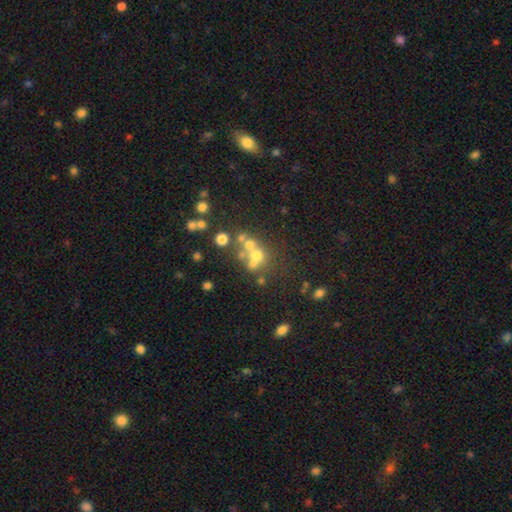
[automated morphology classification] The model was most divided on "merging": merger: 44%, none: 37%, minor disturbance: 10%, major disturbance: 9%. Remaining: smooth or featured — smooth (44%).